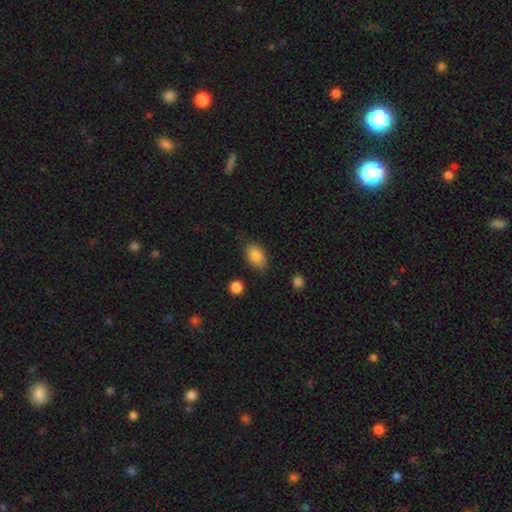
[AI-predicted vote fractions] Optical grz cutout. It shows a smooth galaxy with no disk features (84%) that is in between round and cigar-shaped (87%). Merging: none (76%).